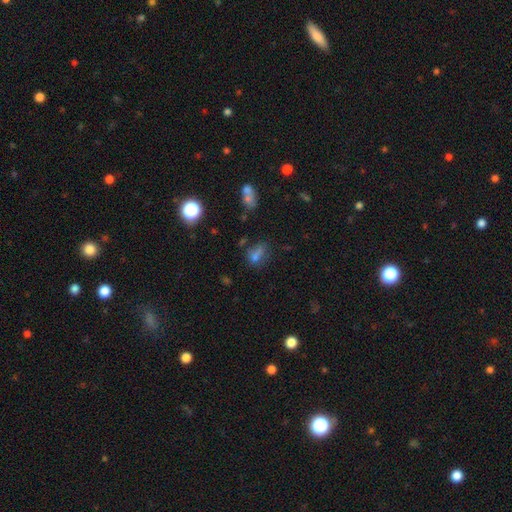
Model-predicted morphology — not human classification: smooth-or-featured: smooth: 62% | star or artifact: 24% | featured or disk: 14%
  how-rounded: in between: 62% | round: 34% | cigar-shaped: 4%
  merging: none: 52% | minor disturbance: 22% | major disturbance: 14% | merger: 12%